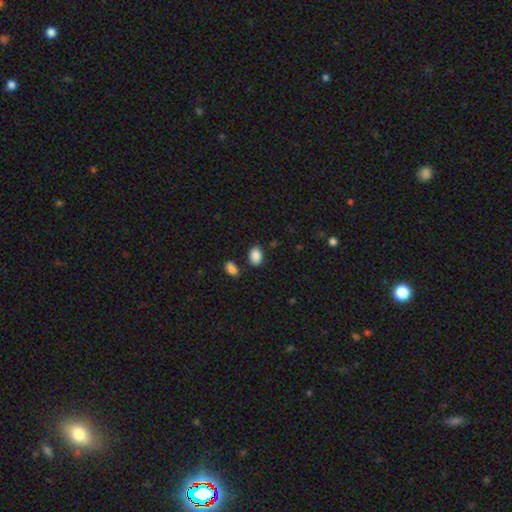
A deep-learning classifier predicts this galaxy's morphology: Smooth or featured? smooth (88%)
How rounded? in between (85%)
Merging? none (78%)